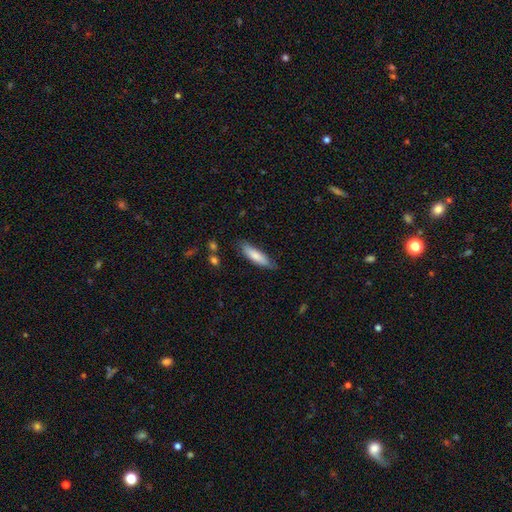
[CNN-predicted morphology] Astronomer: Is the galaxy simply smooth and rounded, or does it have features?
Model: smooth — 80%.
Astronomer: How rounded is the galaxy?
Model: cigar-shaped — 62%.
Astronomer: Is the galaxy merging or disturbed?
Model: none — 79%.